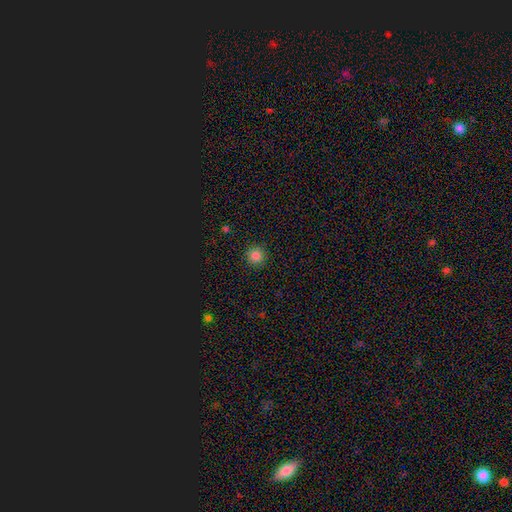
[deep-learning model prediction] Overall: smooth (84%). How rounded: round (95%). Merging: none (92%).